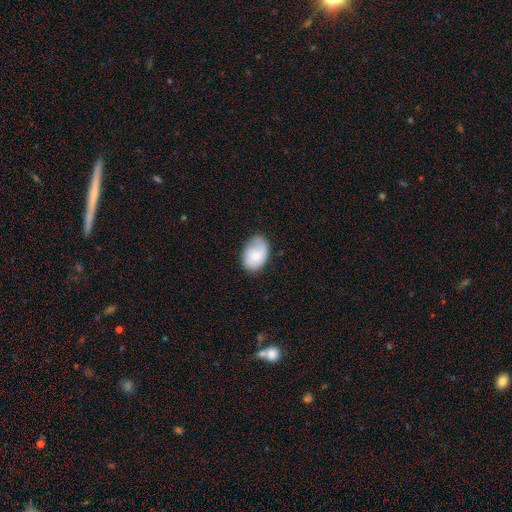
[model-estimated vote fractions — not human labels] Overall: smooth (76%). How rounded: in between (84%). Merging: none (63%; minor disturbance 28%).